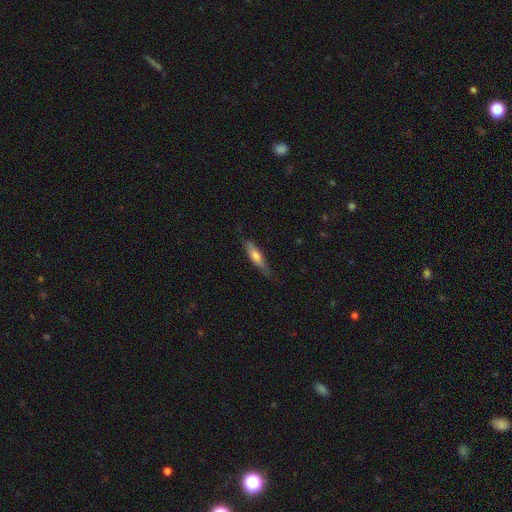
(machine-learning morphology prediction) The model was most divided on "smooth or featured": smooth: 58%, featured or disk: 36%, star or artifact: 6%. More confident: merging — none (78%); how rounded — cigar-shaped (76%).